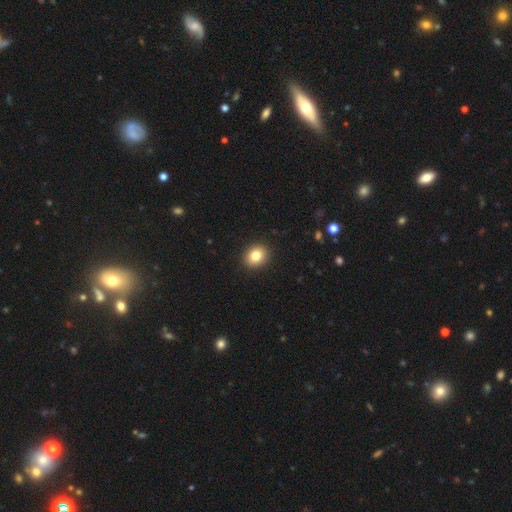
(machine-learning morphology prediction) The model was most divided on "how rounded": round: 59%, in between: 40%, cigar-shaped: 1%. More confident: merging — none (92%); smooth or featured — smooth (83%).